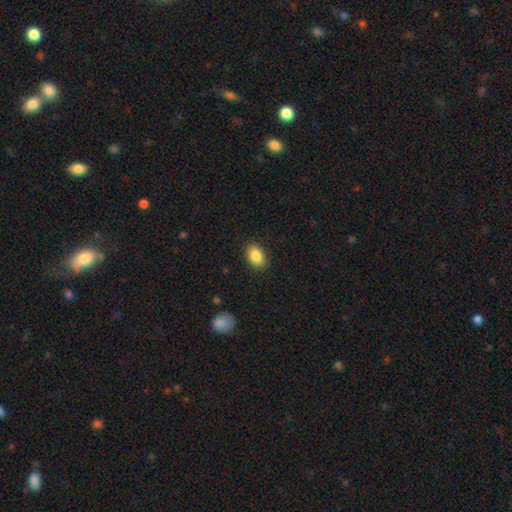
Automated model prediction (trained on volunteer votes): Smooth or featured? Predicted: smooth (p=0.87). How rounded? Predicted: in between (p=0.86). Merging? Predicted: none (p=0.88).